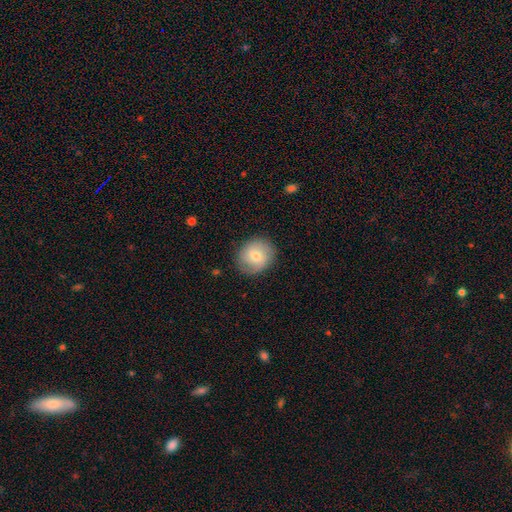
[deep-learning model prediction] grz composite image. It shows a smooth galaxy with no disk features (70%) that is round (77%). Merging: none (85%).